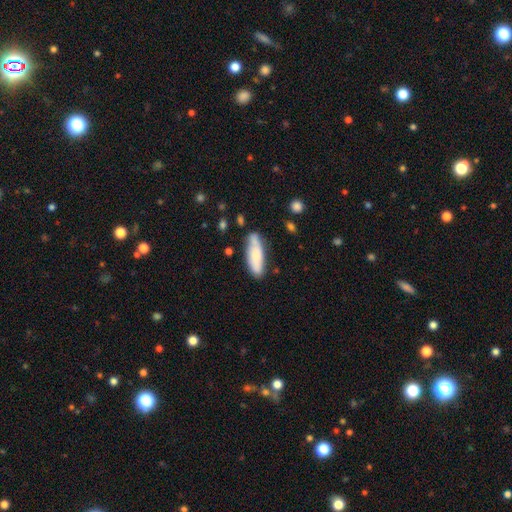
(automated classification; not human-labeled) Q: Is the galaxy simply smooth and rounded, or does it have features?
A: smooth — 71%.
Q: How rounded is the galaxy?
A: in between — 54%.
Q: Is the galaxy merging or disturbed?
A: none — 73%.